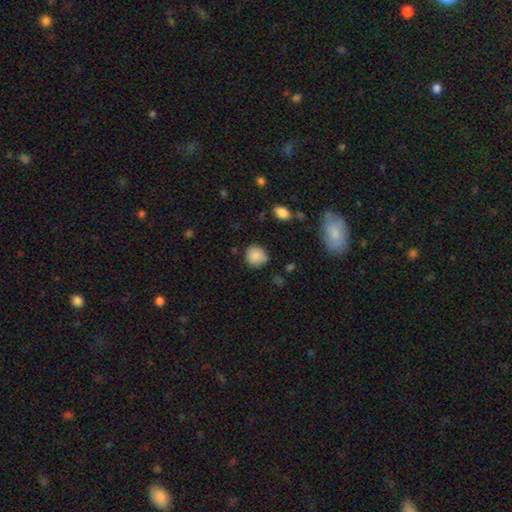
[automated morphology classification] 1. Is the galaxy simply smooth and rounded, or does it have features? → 87% smooth, 9% star or artifact, 4% featured or disk.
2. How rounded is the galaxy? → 83% round, 16% in between, 1% cigar-shaped.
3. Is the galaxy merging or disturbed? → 79% none, 16% minor disturbance, 4% major disturbance, 2% merger.